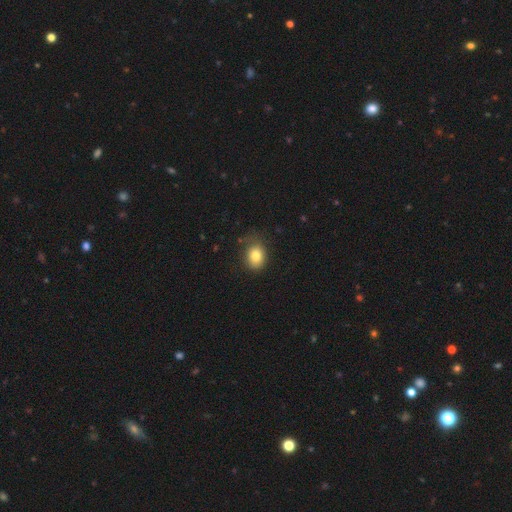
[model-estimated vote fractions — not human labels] Morphology: type=smooth (81%); roundness=in between (58%); merging=none (70%).